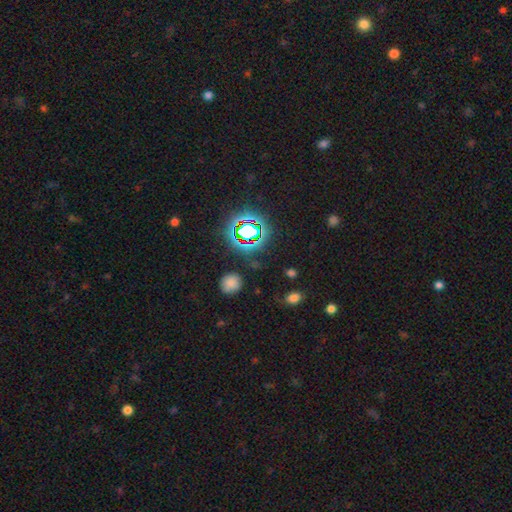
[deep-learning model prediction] The model was most divided on "smooth or featured": star or artifact: 71%, smooth: 21%, featured or disk: 8%.